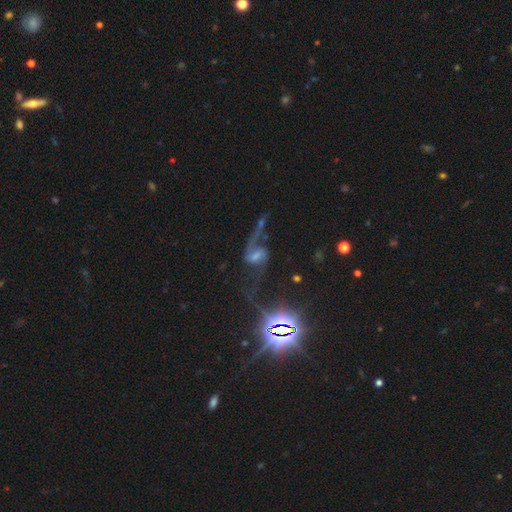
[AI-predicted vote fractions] smooth_or_featured: featured or disk (p=0.71) [alt: star or artifact p=0.19]
disk_edge_on: no (p=0.95) [alt: yes p=0.05]
bar: weak (p=0.42) [alt: no p=0.31]
has_spiral_arms: yes (p=0.91) [alt: no p=0.09]
spiral_winding: loose (p=0.79) [alt: medium p=0.17]
spiral_arm_count: 2 (p=0.81) [alt: 1 p=0.13]
bulge_size: small (p=0.38) [alt: moderate p=0.31]
merging: none (p=0.45) [alt: major disturbance p=0.31]